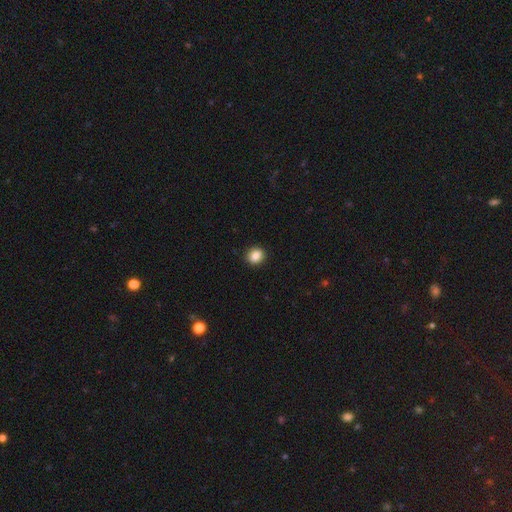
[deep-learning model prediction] Smooth or featured? Predicted: smooth (p=0.86). How rounded? Predicted: round (p=0.74). Merging? Predicted: none (p=0.91).